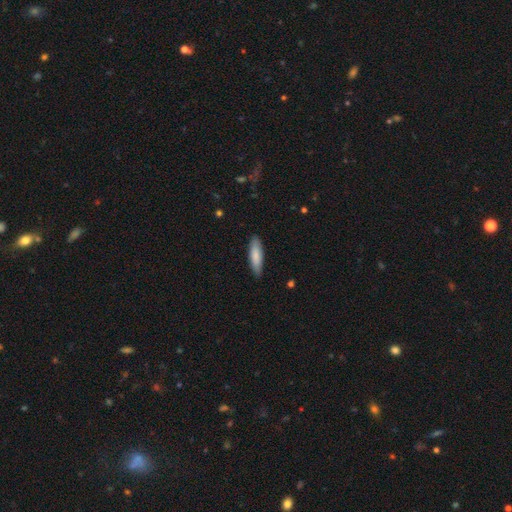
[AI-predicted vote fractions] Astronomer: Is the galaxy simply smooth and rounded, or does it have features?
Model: smooth — 83%.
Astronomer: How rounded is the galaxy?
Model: cigar-shaped — 64%.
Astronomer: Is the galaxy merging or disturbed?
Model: none — 87%.